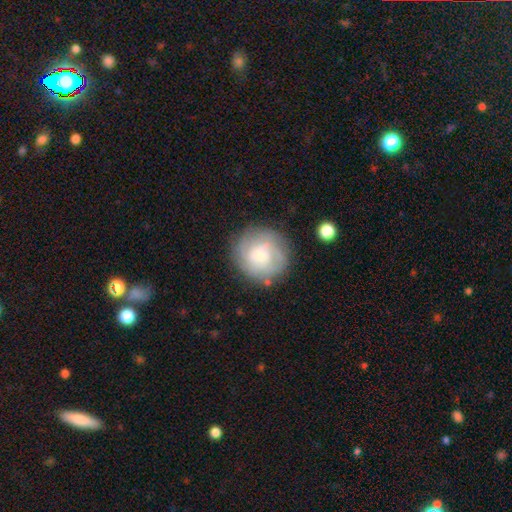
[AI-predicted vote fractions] featured or disk 50%, smooth 42%, star or artifact 8%. Down the decision tree: edge-on disk — no (98%); merging — none (75%).